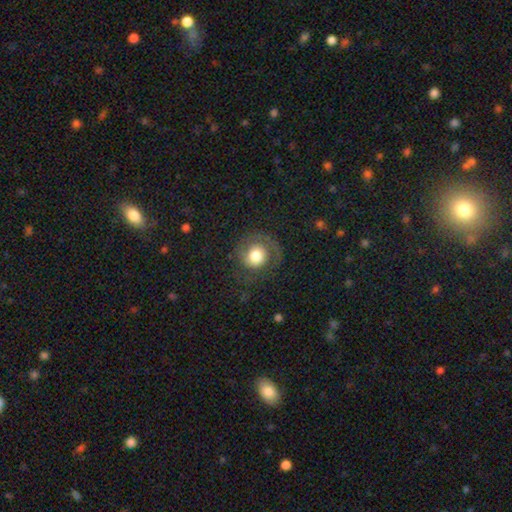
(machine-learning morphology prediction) The model was most divided on "smooth or featured": smooth: 51%, featured or disk: 40%, star or artifact: 9%. More confident: how rounded — round (87%); merging — none (63%).